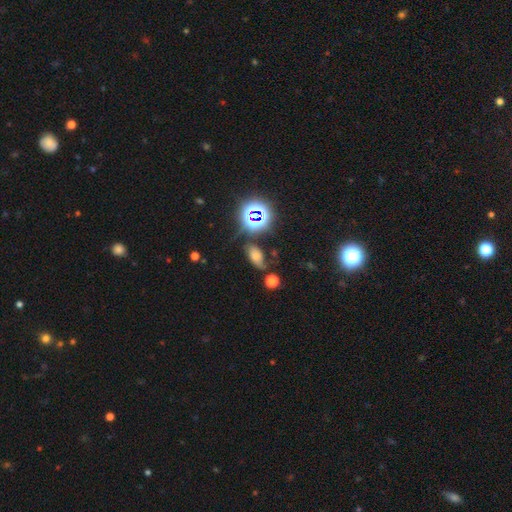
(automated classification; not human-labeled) Smooth or featured: smooth — 51% (star or artifact — 29%)
How rounded: in between — 84% (round — 10%)
Merging: none — 58% (minor disturbance — 25%)